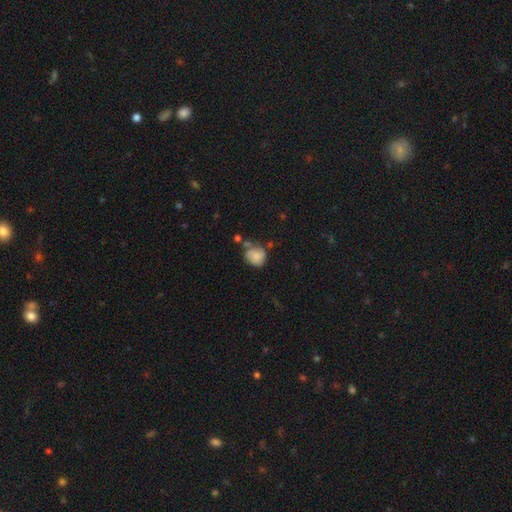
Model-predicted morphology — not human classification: Q: Smooth or featured?
A: smooth (63%); runner-up: featured or disk (28%)
Q: How rounded?
A: round (70%); runner-up: in between (29%)
Q: Merging?
A: none (49%); runner-up: minor disturbance (28%)